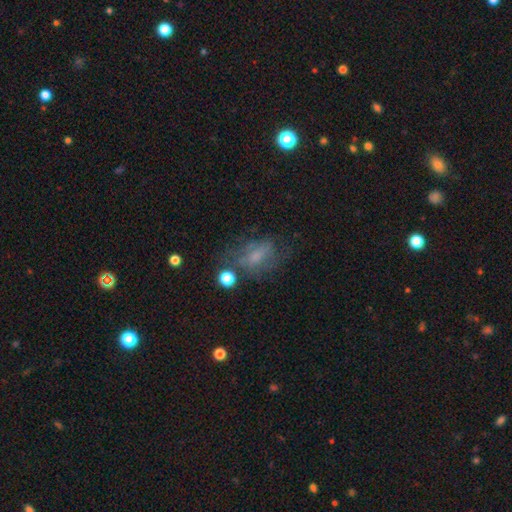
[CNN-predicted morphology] smooth-or-featured: smooth: 43% | featured or disk: 39% | star or artifact: 18%
  merging: none: 49% | minor disturbance: 23% | major disturbance: 23% | merger: 5%